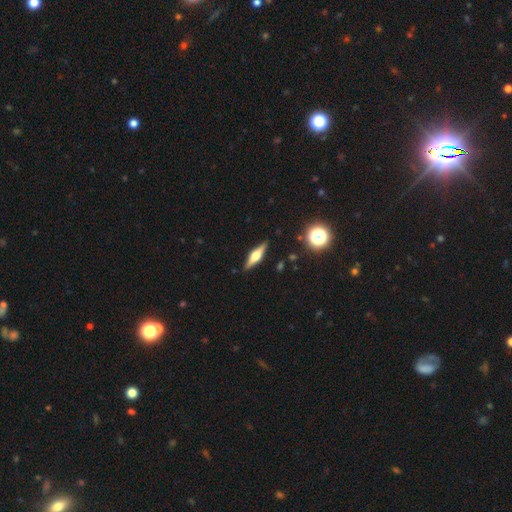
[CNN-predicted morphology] A featured or disk galaxy (65%) viewed edge-on (96%) with a rounded central bulge (90%). Merging: none (89%).